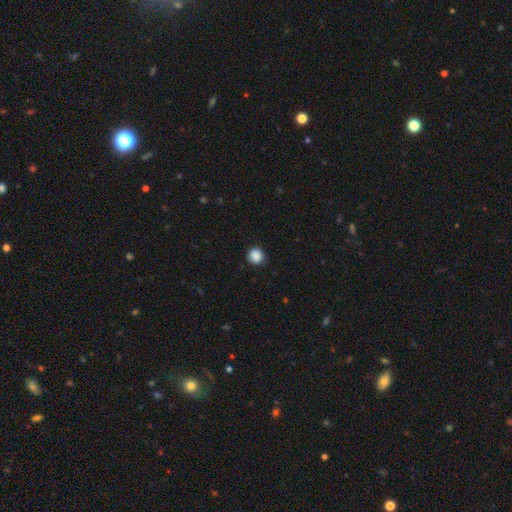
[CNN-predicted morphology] Q: Smooth or featured?
A: smooth (88%); runner-up: star or artifact (9%)
Q: How rounded?
A: round (88%); runner-up: in between (11%)
Q: Merging?
A: none (84%); runner-up: minor disturbance (13%)